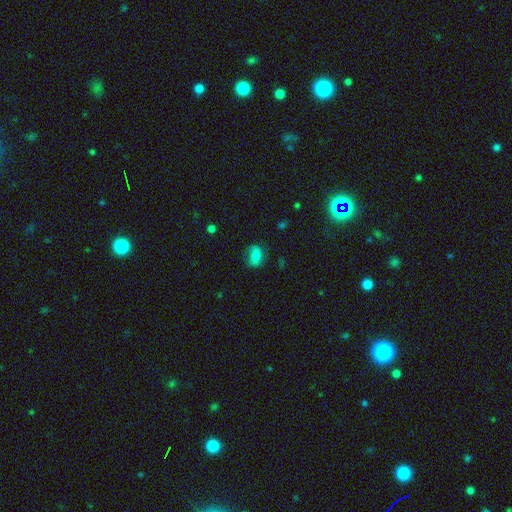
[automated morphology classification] smooth 75%, featured or disk 16%, star or artifact 10%. Down the decision tree: how rounded — in between (79%); merging — none (67%).